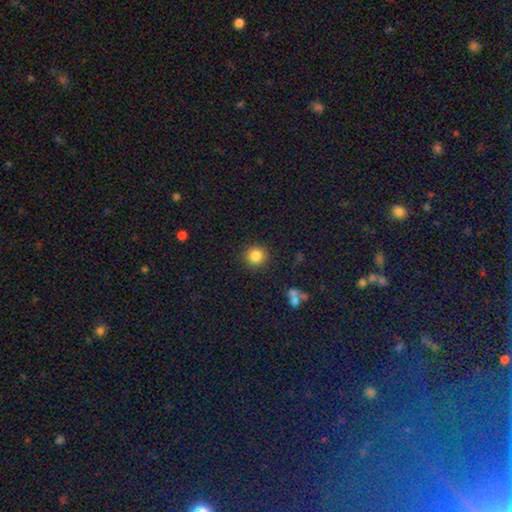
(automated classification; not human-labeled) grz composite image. It shows a smooth galaxy with no disk features (84%) that is round (92%). Merging: none (89%).